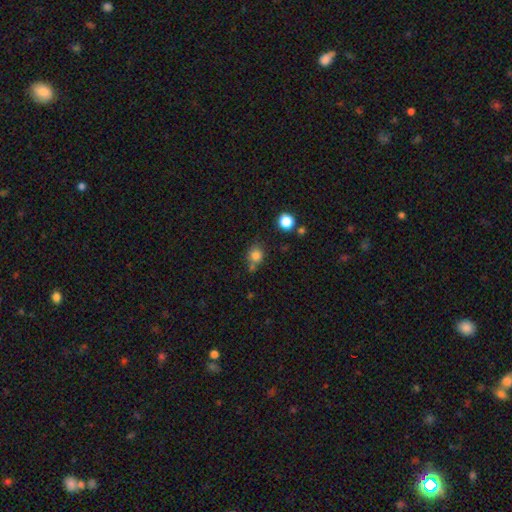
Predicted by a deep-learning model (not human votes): Morphology: type=smooth (81%); roundness=round (80%); merging=none (60%).